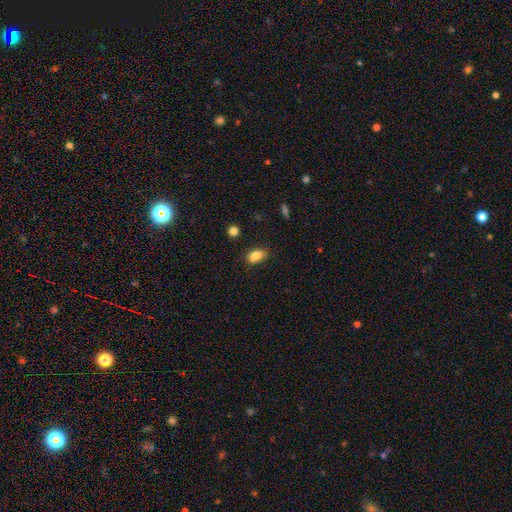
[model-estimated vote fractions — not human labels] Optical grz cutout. It shows a smooth galaxy with no disk features (79%) that is in between round and cigar-shaped (82%). Merging: none (57%).